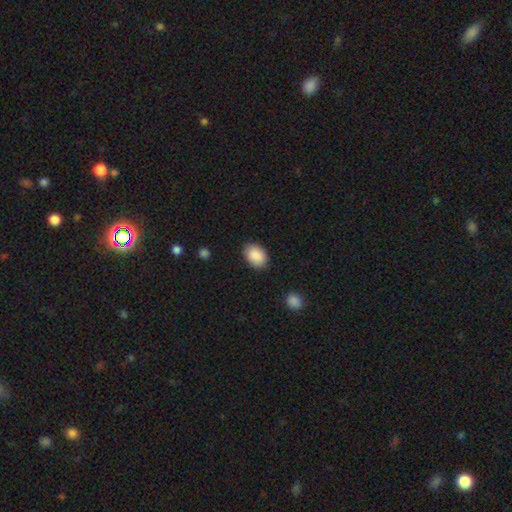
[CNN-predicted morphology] type=smooth (89%); roundness=in between (77%); merging=none (87%).